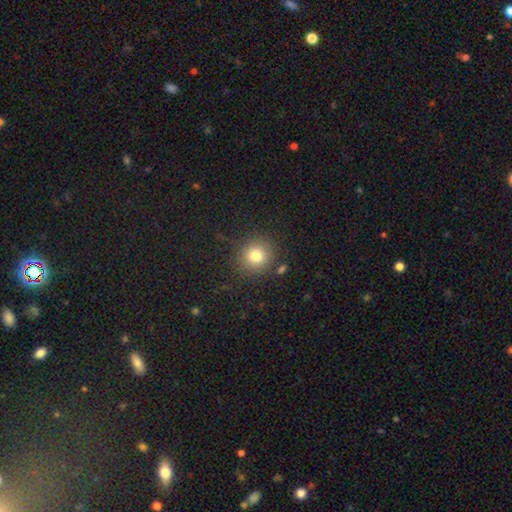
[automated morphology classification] Smooth or featured? Predicted: smooth (p=0.78). How rounded? Predicted: round (p=0.89). Merging? Predicted: none (p=0.86).